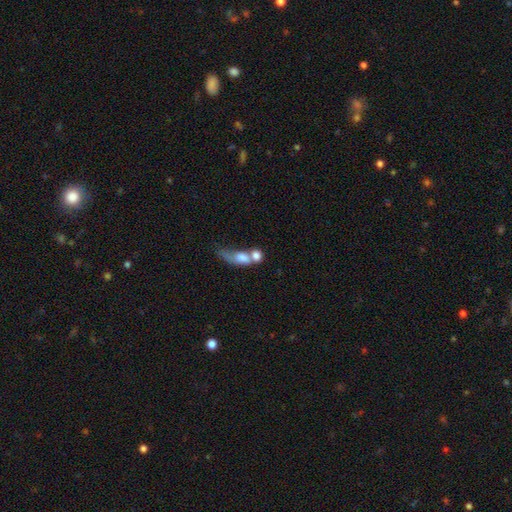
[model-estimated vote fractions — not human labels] The model was most divided on "how rounded": in between: 51%, round: 39%, cigar-shaped: 10%. More confident: smooth or featured — smooth (68%); merging — merger (63%).